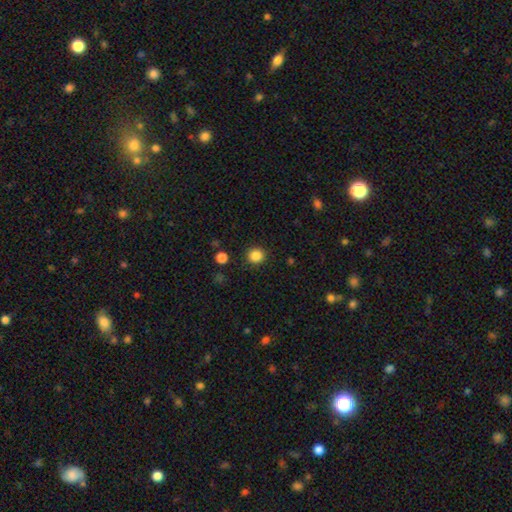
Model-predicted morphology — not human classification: Smooth or featured? Predicted: smooth (p=0.85). How rounded? Predicted: round (p=0.92). Merging? Predicted: none (p=0.91).